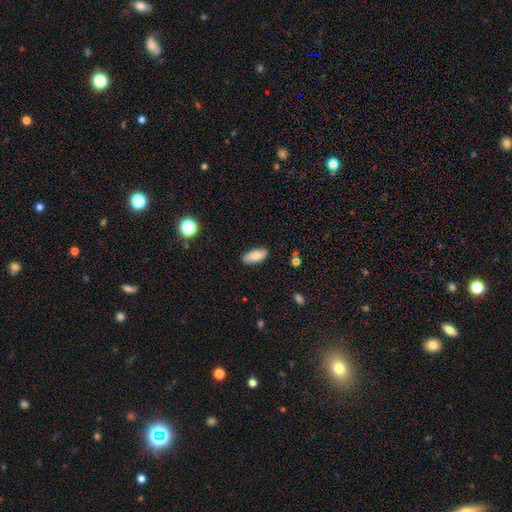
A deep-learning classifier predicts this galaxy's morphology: type=smooth (79%); roundness=in between (87%); merging=none (83%).